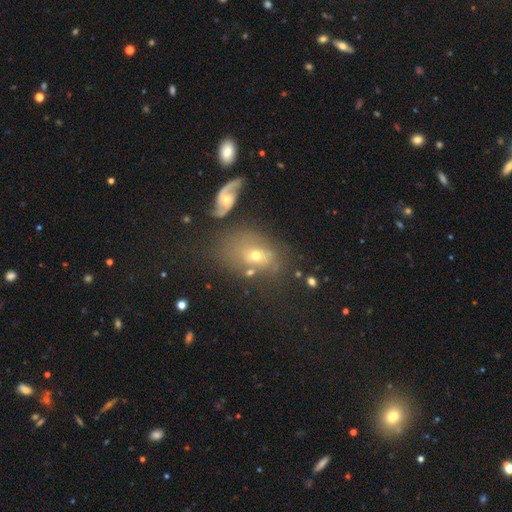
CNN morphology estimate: A smooth galaxy with no disk features (48%).

Vote fractions:
- Smooth or featured? smooth: 48% / featured or disk: 38% / star or artifact: 13%
- Merging? none: 48% / minor disturbance: 20% / merger: 18% / major disturbance: 14%